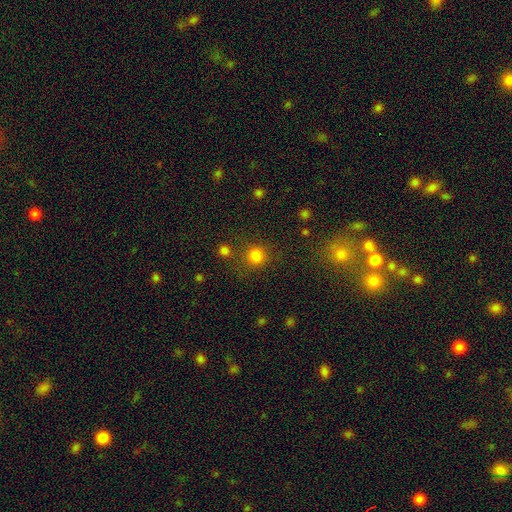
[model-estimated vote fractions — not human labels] This is likely a smooth galaxy (80%). How rounded: clearly round (90%). Merging: likely none (71%).